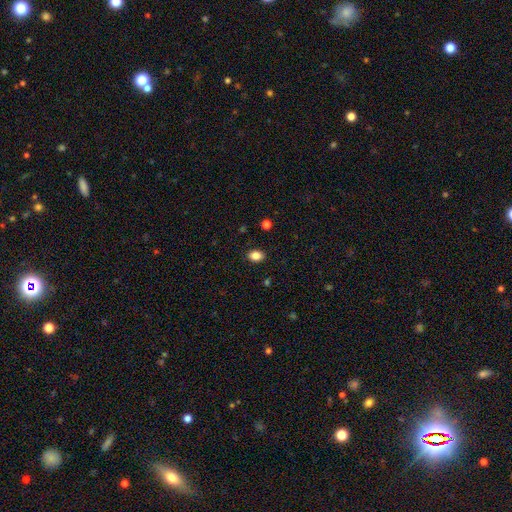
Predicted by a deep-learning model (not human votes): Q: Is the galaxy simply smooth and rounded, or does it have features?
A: smooth — 86%.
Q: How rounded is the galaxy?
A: in between — 75%.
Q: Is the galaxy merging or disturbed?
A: none — 89%.